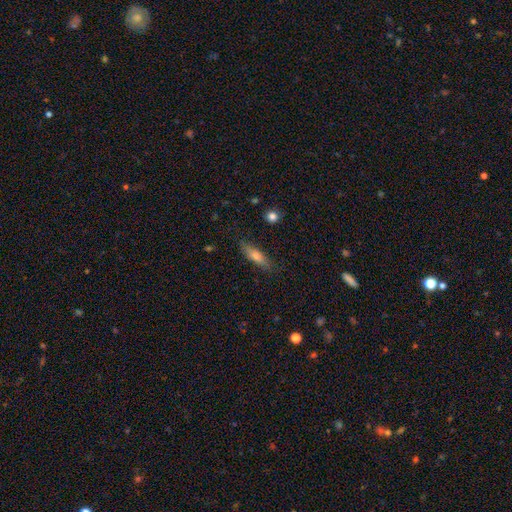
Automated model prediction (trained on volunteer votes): Smooth or featured? smooth (66%)
How rounded? cigar-shaped (65%)
Merging? none (82%)